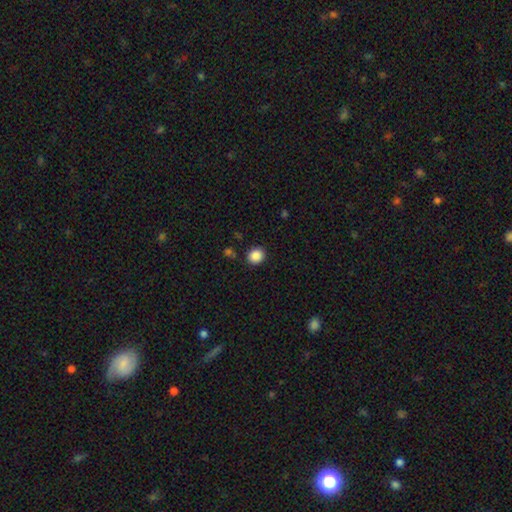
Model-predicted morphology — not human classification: smooth_or_featured: smooth (p=0.87) [alt: star or artifact p=0.09]
how_rounded: round (p=0.80) [alt: in between p=0.19]
merging: none (p=0.88) [alt: minor disturbance p=0.07]